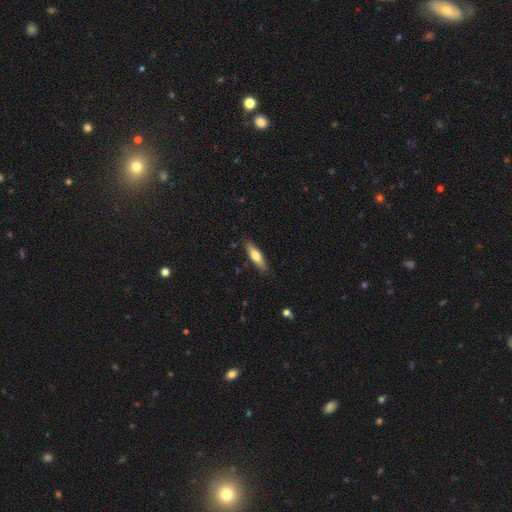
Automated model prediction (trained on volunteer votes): Smooth or featured?
  - smooth: 62% *
  - featured or disk: 32%
  - star or artifact: 6%
How rounded?
  - cigar-shaped: 66% *
  - in between: 32%
  - round: 2%
Merging?
  - none: 85% *
  - minor disturbance: 11%
  - major disturbance: 2%
  - merger: 1%